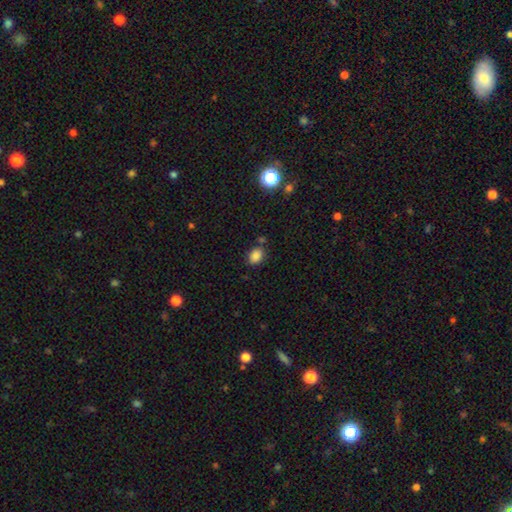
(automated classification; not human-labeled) Smooth or featured? smooth (84%)
How rounded? in between (64%)
Merging? none (76%)